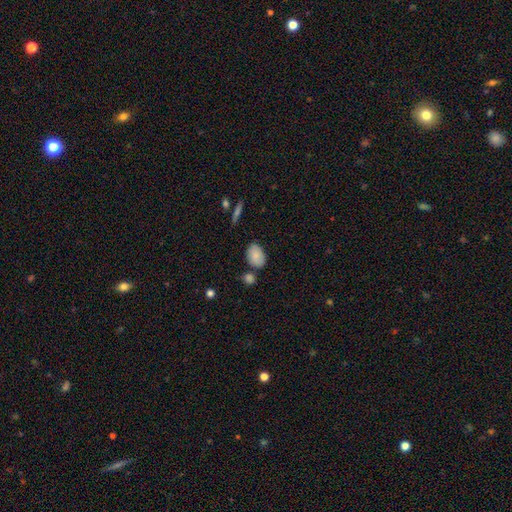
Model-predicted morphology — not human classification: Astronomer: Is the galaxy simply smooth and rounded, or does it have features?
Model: smooth — 84%.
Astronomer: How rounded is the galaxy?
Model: in between — 87%.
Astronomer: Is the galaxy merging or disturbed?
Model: none — 72%.